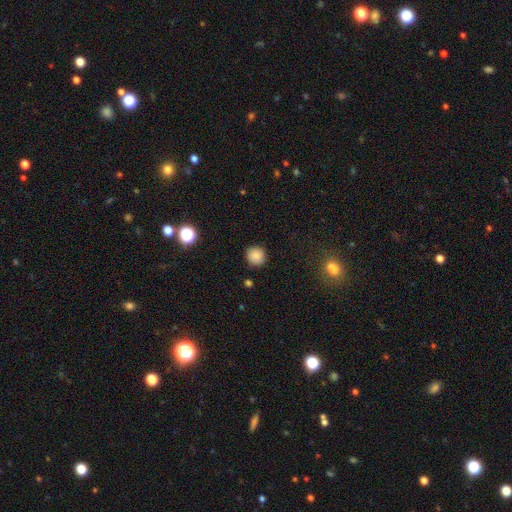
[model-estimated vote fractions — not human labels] Smooth or featured?
  - smooth: 85% *
  - star or artifact: 11%
  - featured or disk: 4%
How rounded?
  - round: 92% *
  - in between: 7%
  - cigar-shaped: 1%
Merging?
  - none: 88% *
  - minor disturbance: 8%
  - major disturbance: 2%
  - merger: 2%